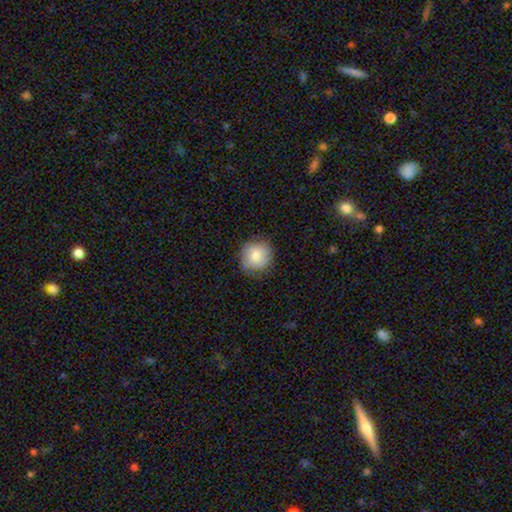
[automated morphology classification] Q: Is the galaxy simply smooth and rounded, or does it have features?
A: smooth — 79%.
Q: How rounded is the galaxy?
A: round — 90%.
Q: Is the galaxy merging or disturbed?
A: none — 77%.